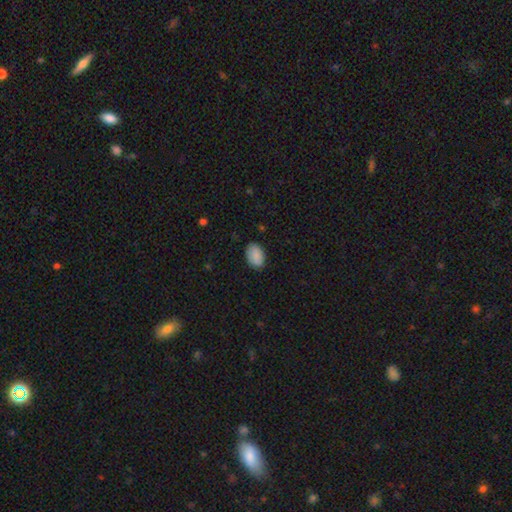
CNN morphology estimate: A smooth galaxy with no disk features (87%) that is in between round and cigar-shaped (88%). Merging: none (84%).